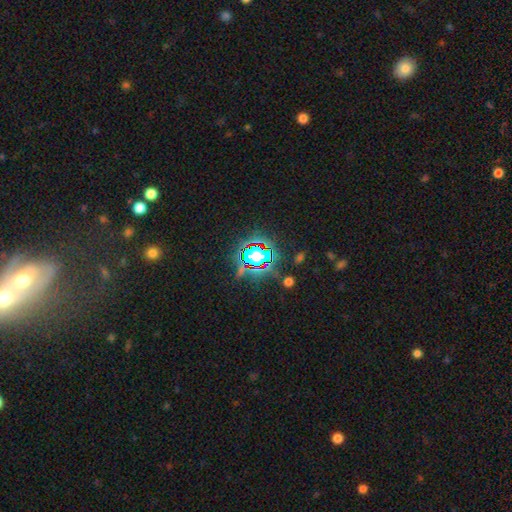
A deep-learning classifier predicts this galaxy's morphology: Smooth or featured: star or artifact — 74% (smooth — 15%)